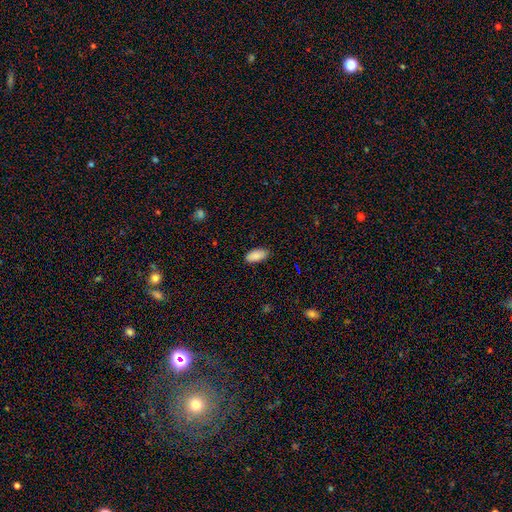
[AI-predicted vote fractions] The model was most divided on "merging": none: 86%, minor disturbance: 11%, major disturbance: 2%, merger: 1%. More confident: how rounded — in between (92%); smooth or featured — smooth (90%).